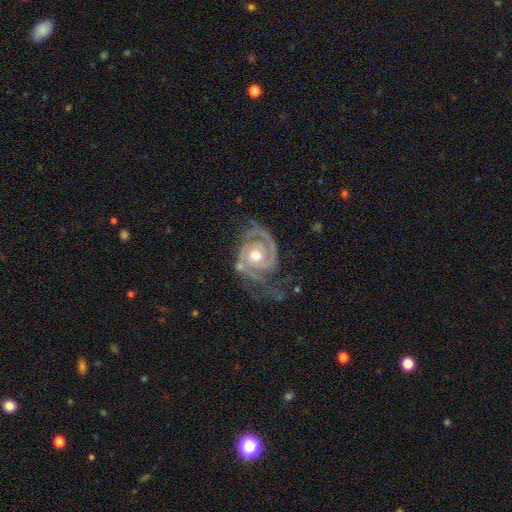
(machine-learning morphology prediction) Overall: featured or disk (91%). Edge-on disk: no (97%). Bar: no (72%). Spiral arms: yes (97%). Spiral arm count: 2 (75%). Spiral winding: tight (63%; medium 30%). Bulge size: moderate (73%). Merging: none (54%; minor disturbance 25%).